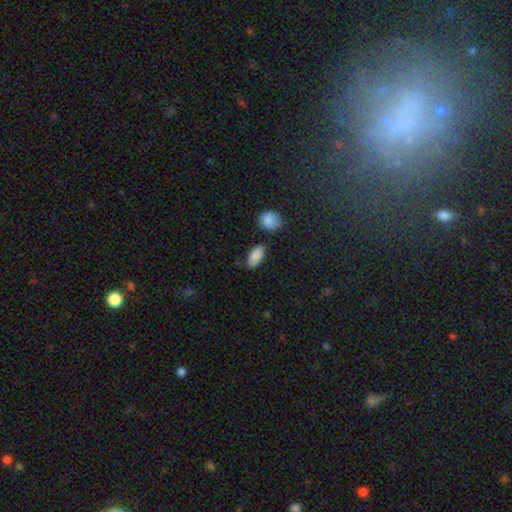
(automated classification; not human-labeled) This appears to be a smooth galaxy with no disk features (89%) that is in between round and cigar-shaped (93%). Merging: none (78%).